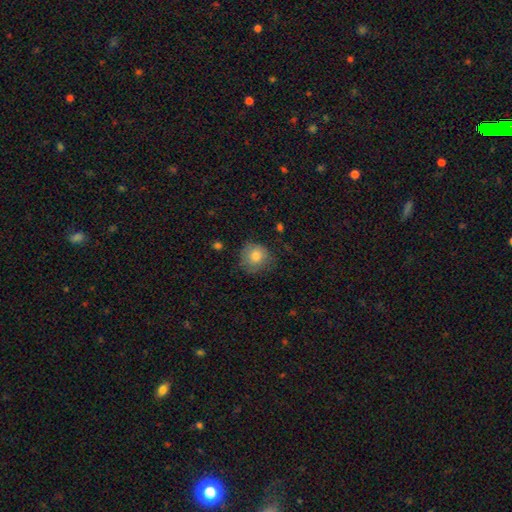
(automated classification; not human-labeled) smooth-or-featured: smooth: 80% | featured or disk: 11% | star or artifact: 9%
  how-rounded: round: 87% | in between: 12% | cigar-shaped: 1%
  merging: none: 69% | minor disturbance: 23% | major disturbance: 6% | merger: 1%